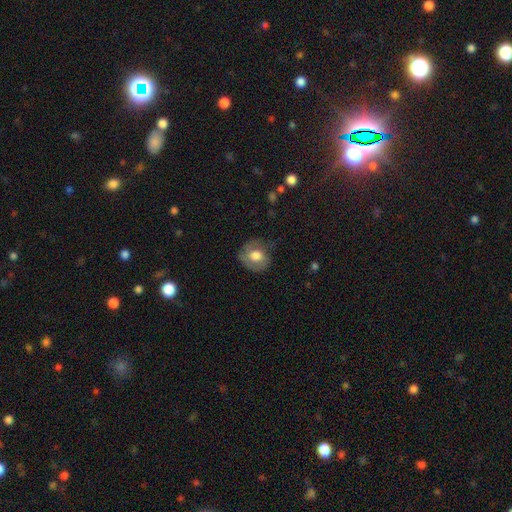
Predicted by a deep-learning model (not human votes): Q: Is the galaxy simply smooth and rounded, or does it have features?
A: smooth — 55%.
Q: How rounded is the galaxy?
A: round — 77%.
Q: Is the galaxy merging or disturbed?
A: none — 62%.